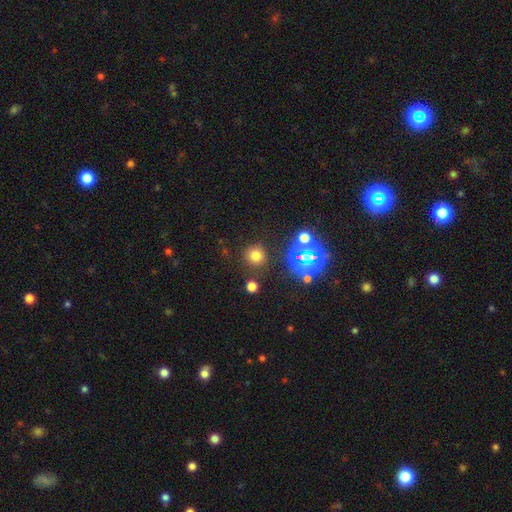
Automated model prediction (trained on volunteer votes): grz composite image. It shows a smooth galaxy with no disk features (67%) that is round (93%). Merging: none (85%).